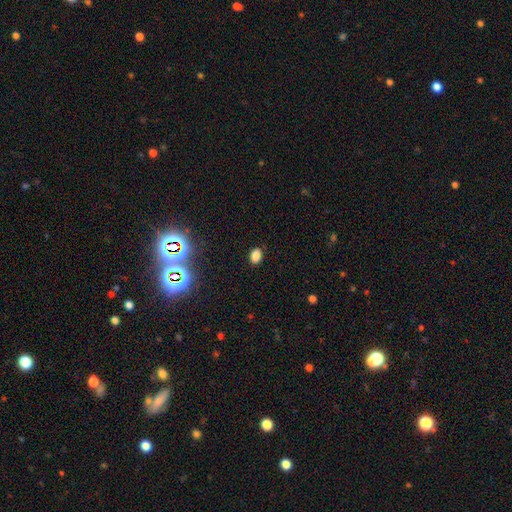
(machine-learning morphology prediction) Smooth or featured? Predicted: smooth (p=0.80). How rounded? Predicted: in between (p=0.71). Merging? Predicted: none (p=0.86).